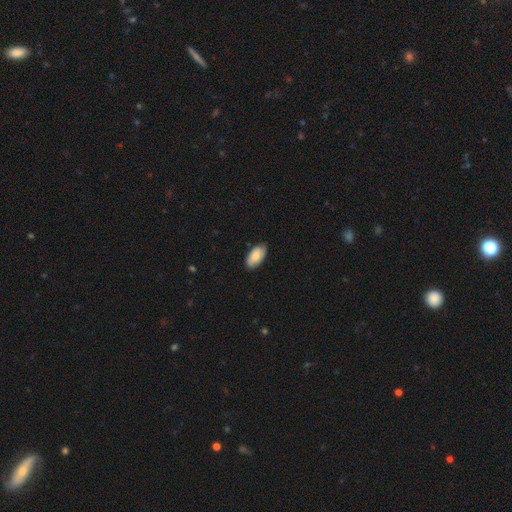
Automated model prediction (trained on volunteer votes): Smooth or featured? Predicted: smooth (p=0.81). How rounded? Predicted: in between (p=0.95). Merging? Predicted: none (p=0.84).